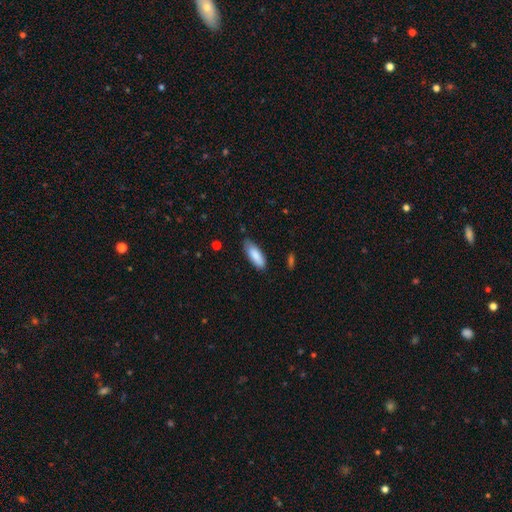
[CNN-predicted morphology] A smooth galaxy with no disk features (86%) that is in between round and cigar-shaped (67%). Merging: none (76%).